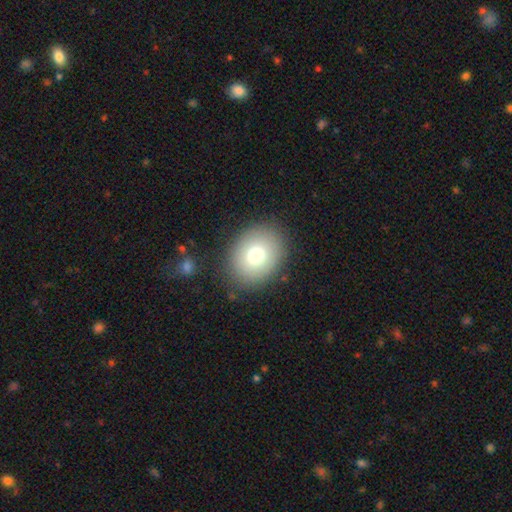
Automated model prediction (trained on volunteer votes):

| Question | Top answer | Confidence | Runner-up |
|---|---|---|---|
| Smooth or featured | smooth | 75% | featured or disk (14%) |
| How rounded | round | 50% | in between (49%) |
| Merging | none | 86% | minor disturbance (9%) |